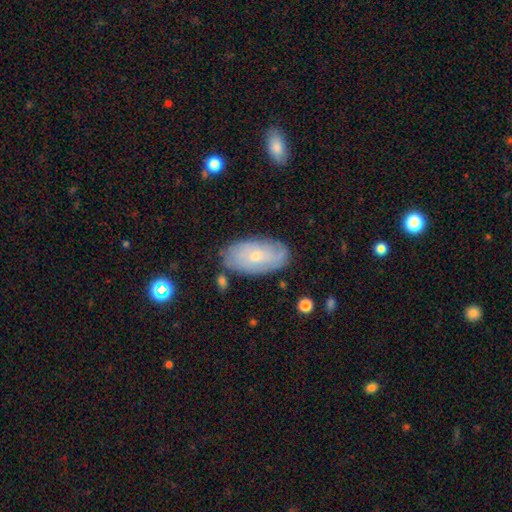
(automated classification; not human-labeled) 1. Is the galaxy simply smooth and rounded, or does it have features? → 50% featured or disk, 43% smooth, 7% star or artifact.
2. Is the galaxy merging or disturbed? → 78% none, 16% minor disturbance, 4% major disturbance, 2% merger.